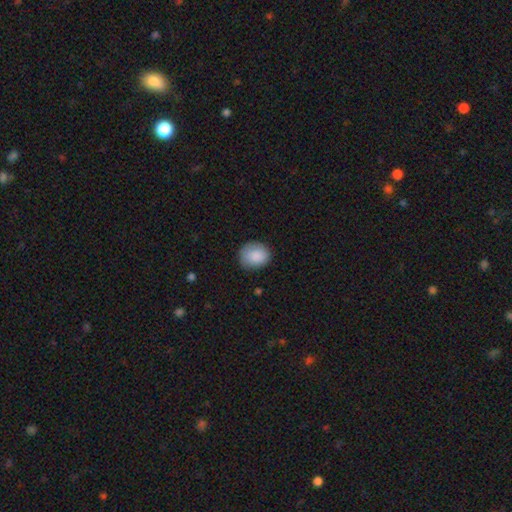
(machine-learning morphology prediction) Smooth or featured?
  - smooth: 88% *
  - star or artifact: 7%
  - featured or disk: 5%
How rounded?
  - round: 66% *
  - in between: 33%
  - cigar-shaped: 1%
Merging?
  - none: 79% *
  - minor disturbance: 16%
  - major disturbance: 3%
  - merger: 1%